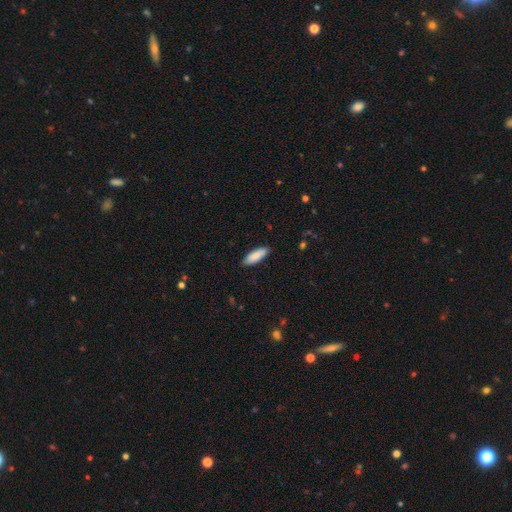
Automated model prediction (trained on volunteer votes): smooth-or-featured: smooth: 88% | featured or disk: 7% | star or artifact: 5%
  how-rounded: in between: 62% | cigar-shaped: 37% | round: 1%
  merging: none: 88% | minor disturbance: 9% | major disturbance: 2% | merger: 1%